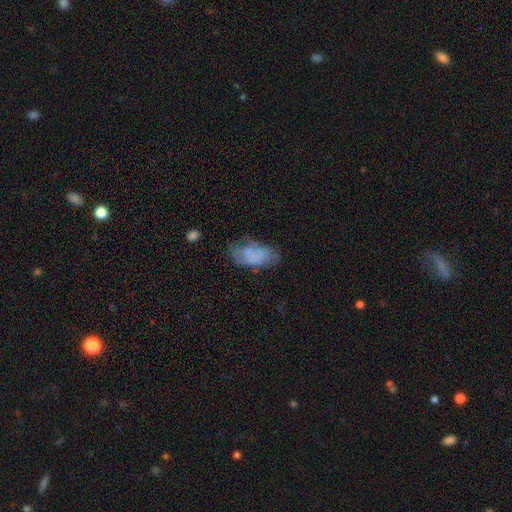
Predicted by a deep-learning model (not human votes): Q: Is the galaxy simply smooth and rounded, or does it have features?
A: smooth — 58%.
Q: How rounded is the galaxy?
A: in between — 92%.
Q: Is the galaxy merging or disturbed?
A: none — 48%.